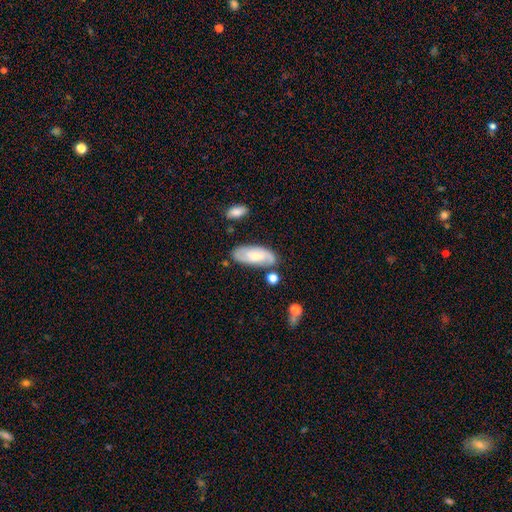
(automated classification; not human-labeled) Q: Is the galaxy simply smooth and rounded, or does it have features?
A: featured or disk — 53%.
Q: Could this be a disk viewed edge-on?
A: no — 90%.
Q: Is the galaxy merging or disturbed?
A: none — 71%.